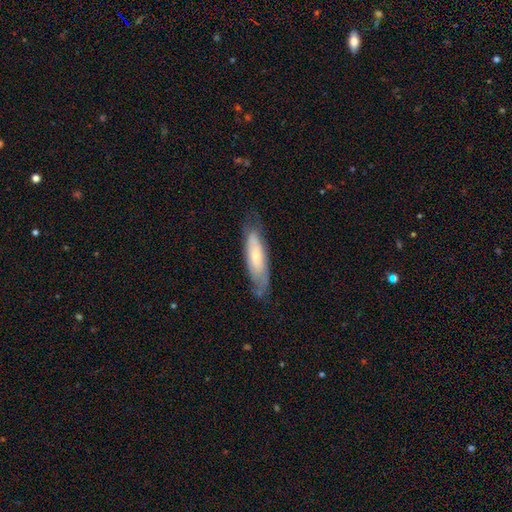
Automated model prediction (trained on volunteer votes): Smooth or featured?
  - smooth: 52% *
  - featured or disk: 41%
  - star or artifact: 6%
How rounded?
  - cigar-shaped: 61% *
  - in between: 38%
  - round: 1%
Merging?
  - none: 67% *
  - minor disturbance: 24%
  - major disturbance: 7%
  - merger: 2%